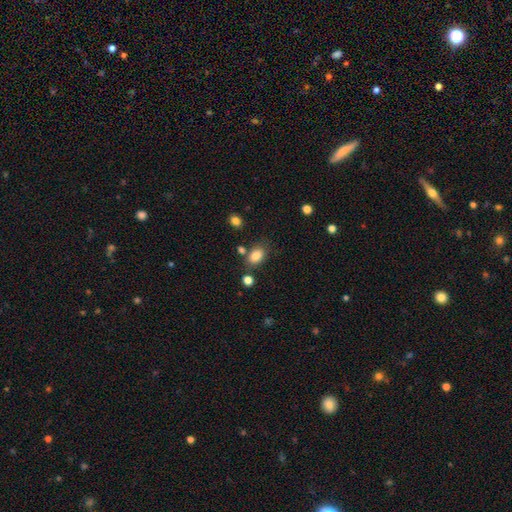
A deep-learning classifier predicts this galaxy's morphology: smooth-or-featured: smooth: 84% | star or artifact: 10% | featured or disk: 7%
  how-rounded: in between: 81% | round: 18% | cigar-shaped: 1%
  merging: none: 70% | minor disturbance: 15% | merger: 10% | major disturbance: 5%